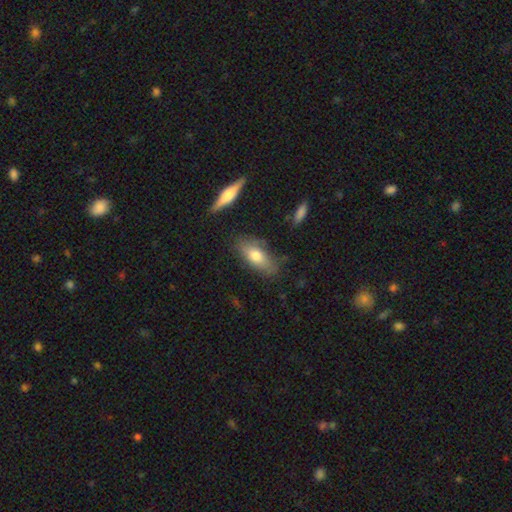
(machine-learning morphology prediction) smooth_or_featured: smooth (p=0.70) [alt: featured or disk p=0.24]
how_rounded: in between (p=0.76) [alt: cigar-shaped p=0.21]
merging: none (p=0.73) [alt: minor disturbance p=0.19]